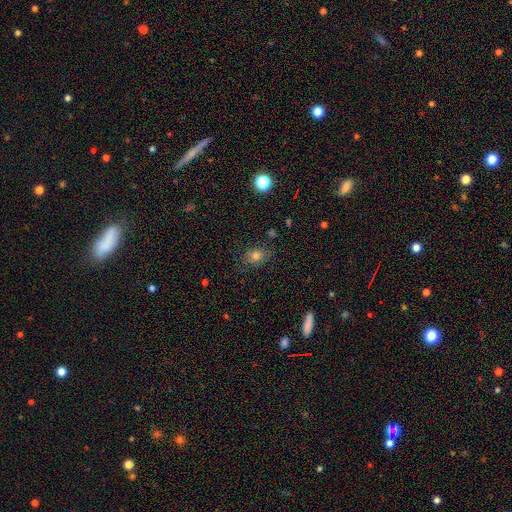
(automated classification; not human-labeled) smooth 71%, star or artifact 18%, featured or disk 12%. Down the decision tree: how rounded — in between (57%); merging — none (80%).